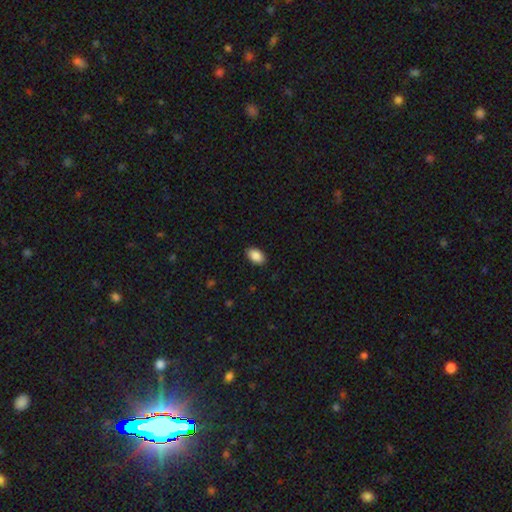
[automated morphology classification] smooth_or_featured: smooth (p=0.89) [alt: star or artifact p=0.07]
how_rounded: in between (p=0.91) [alt: round p=0.08]
merging: none (p=0.89) [alt: minor disturbance p=0.08]